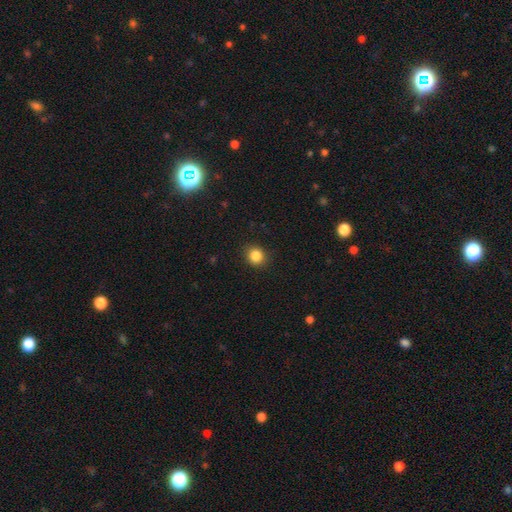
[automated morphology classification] Smooth or featured: smooth — 85% (star or artifact — 11%)
How rounded: round — 82% (in between — 17%)
Merging: none — 90% (minor disturbance — 7%)